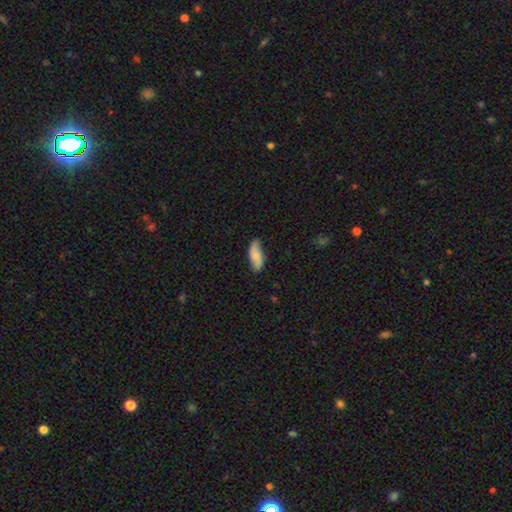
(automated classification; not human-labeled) Overall: smooth (64%; featured or disk 29%). How rounded: in between (71%). Merging: none (72%).